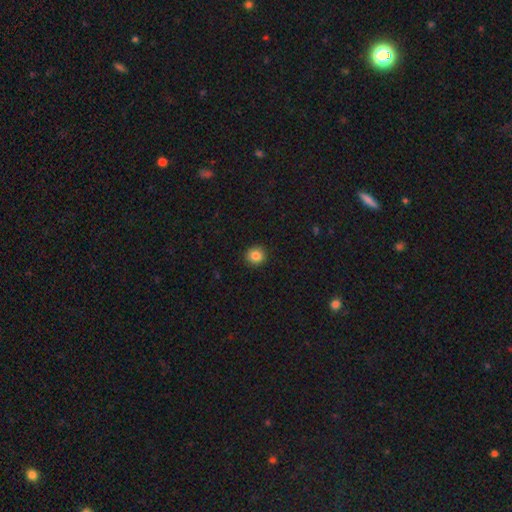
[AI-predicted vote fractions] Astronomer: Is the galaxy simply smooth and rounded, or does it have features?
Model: smooth — 85%.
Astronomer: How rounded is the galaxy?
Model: round — 92%.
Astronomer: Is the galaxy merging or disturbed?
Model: none — 92%.